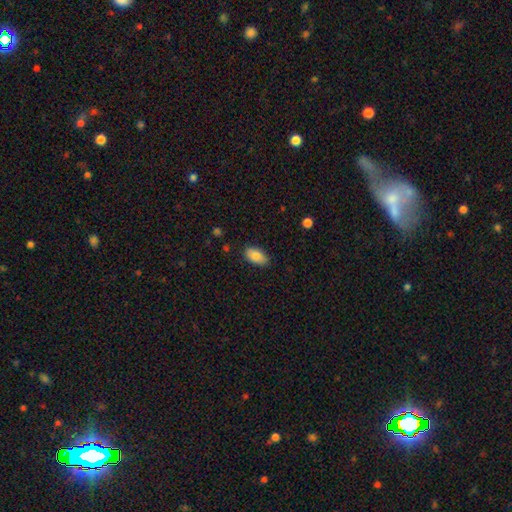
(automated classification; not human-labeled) Smooth or featured? Predicted: smooth (p=0.85). How rounded? Predicted: in between (p=0.93). Merging? Predicted: none (p=0.84).